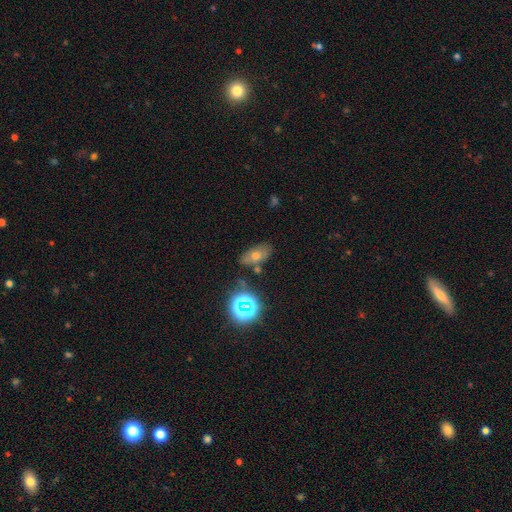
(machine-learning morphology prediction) smooth 55%, featured or disk 23%, star or artifact 22%. Down the decision tree: how rounded — in between (82%); merging — none (70%).